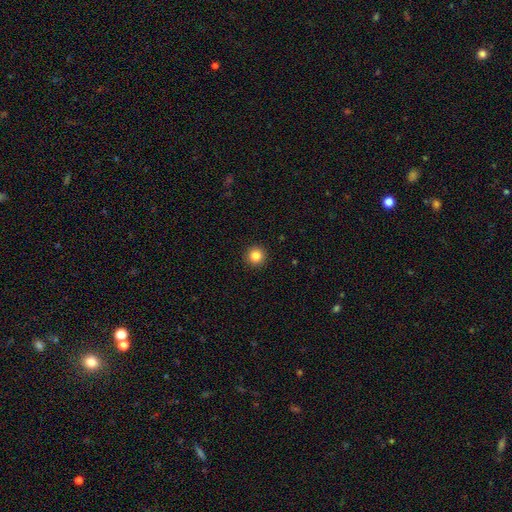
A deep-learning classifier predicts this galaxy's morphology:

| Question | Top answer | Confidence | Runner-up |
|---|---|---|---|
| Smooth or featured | smooth | 85% | star or artifact (11%) |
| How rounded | round | 96% | in between (4%) |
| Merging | none | 93% | minor disturbance (4%) |